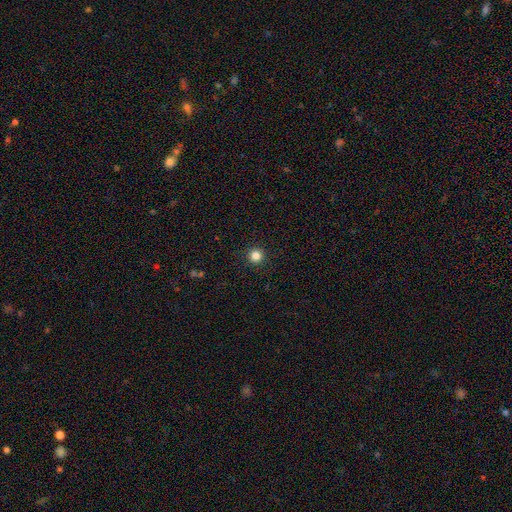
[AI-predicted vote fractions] smooth 83%, star or artifact 13%, featured or disk 4%. Down the decision tree: how rounded — round (96%); merging — none (93%).